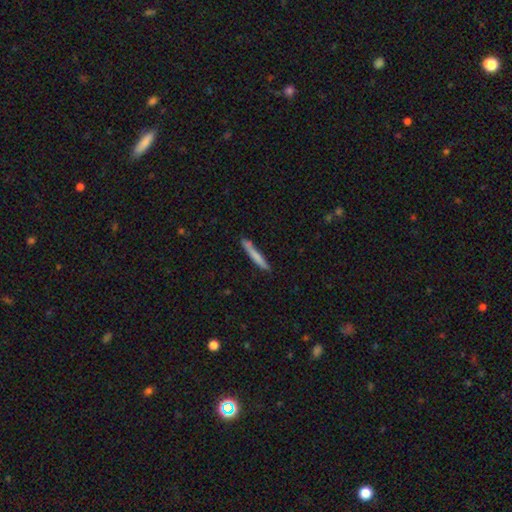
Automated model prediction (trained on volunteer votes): Smooth or featured? smooth (72%)
How rounded? cigar-shaped (95%)
Merging? none (81%)